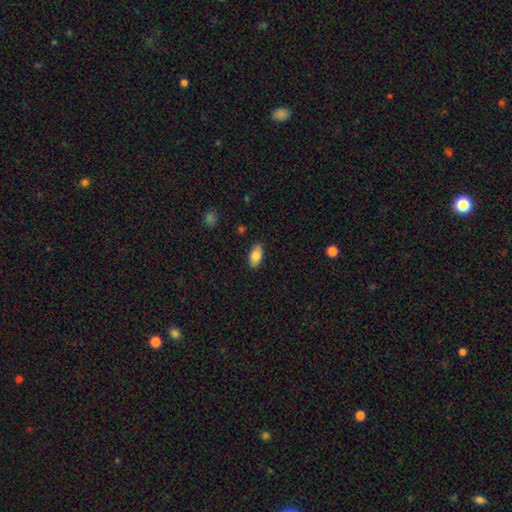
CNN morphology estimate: smooth 85%, featured or disk 8%, star or artifact 7%. Down the decision tree: how rounded — in between (93%); merging — none (87%).